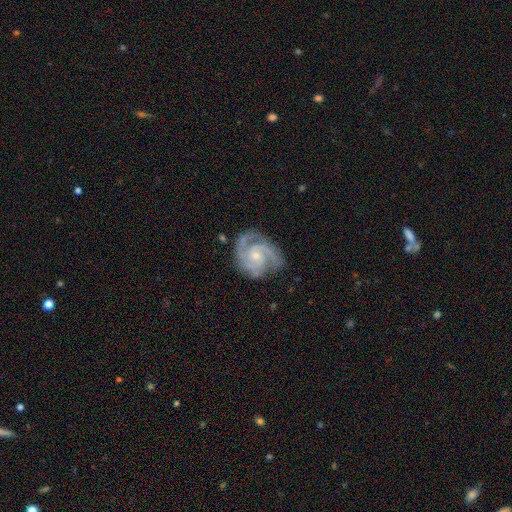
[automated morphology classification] smooth_or_featured: featured or disk (p=0.92) [alt: star or artifact p=0.04]
disk_edge_on: no (p=0.98) [alt: yes p=0.02]
bar: no (p=0.65) [alt: weak p=0.29]
has_spiral_arms: yes (p=0.99) [alt: no p=0.01]
spiral_winding: tight (p=0.55) [alt: medium p=0.40]
spiral_arm_count: 3 (p=0.46) [alt: 2 p=0.38]
bulge_size: small (p=0.67) [alt: moderate p=0.28]
merging: none (p=0.75) [alt: minor disturbance p=0.18]